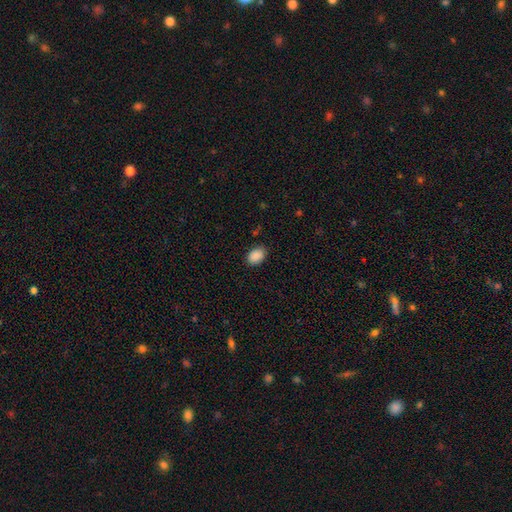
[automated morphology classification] type=smooth (90%); roundness=in between (82%); merging=none (85%).